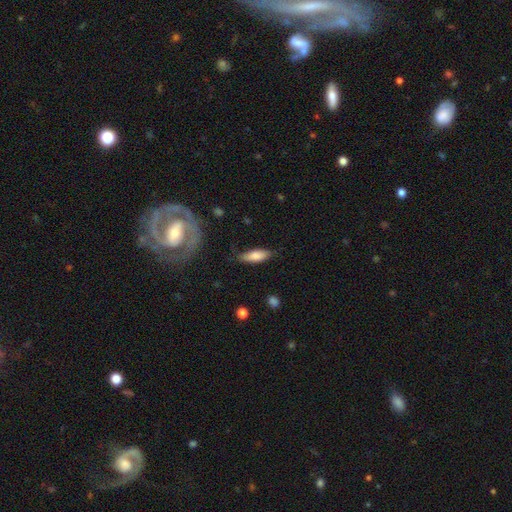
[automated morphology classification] smooth_or_featured: smooth (p=0.79) [alt: featured or disk p=0.15]
how_rounded: in between (p=0.60) [alt: cigar-shaped p=0.39]
merging: none (p=0.76) [alt: minor disturbance p=0.18]